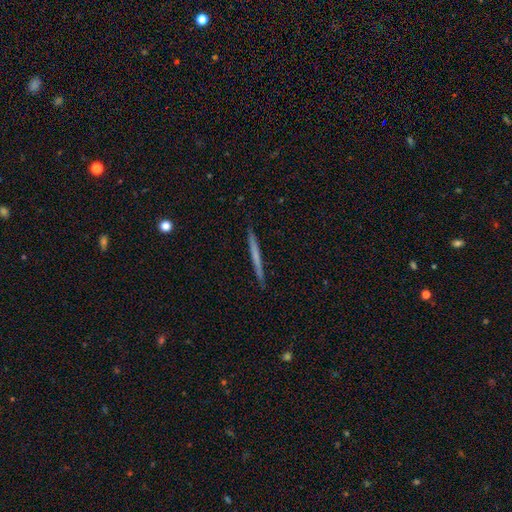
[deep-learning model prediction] smooth_or_featured: smooth (p=0.50) [alt: featured or disk p=0.44]
how_rounded: cigar-shaped (p=0.97) [alt: in between p=0.02]
merging: none (p=0.92) [alt: minor disturbance p=0.06]